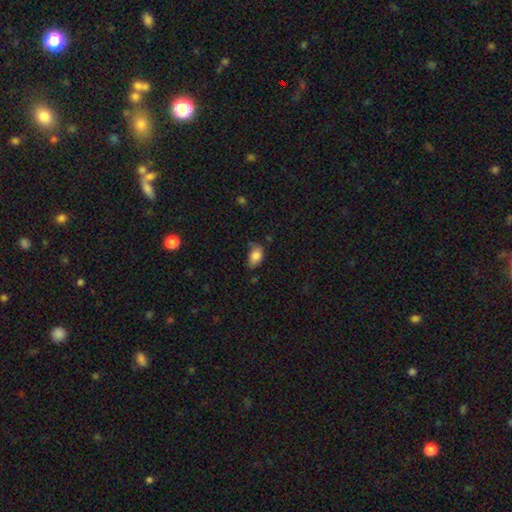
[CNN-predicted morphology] The model was most divided on "merging": none: 52%, minor disturbance: 35%, major disturbance: 10%, merger: 3%. More confident: how rounded — in between (87%); smooth or featured — smooth (83%).